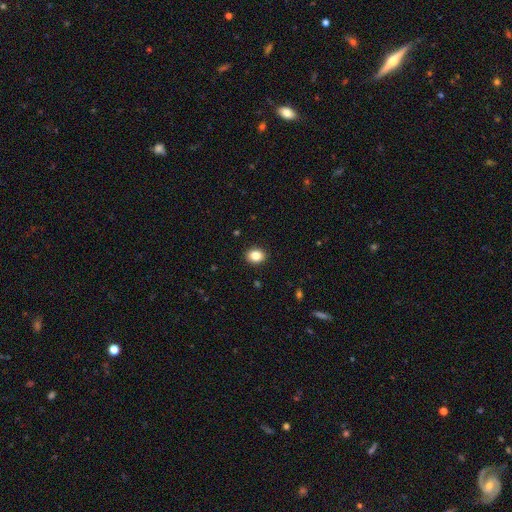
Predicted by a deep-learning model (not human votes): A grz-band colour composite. It shows a smooth galaxy with no disk features (85%) that is in between round and cigar-shaped (53%). Merging: none (91%).